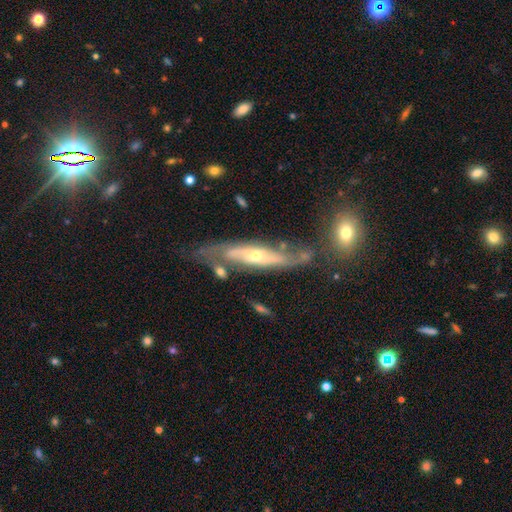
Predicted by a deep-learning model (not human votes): Morphology: type=featured or disk (76%); edge-on=no (58%); merging=none (60%).